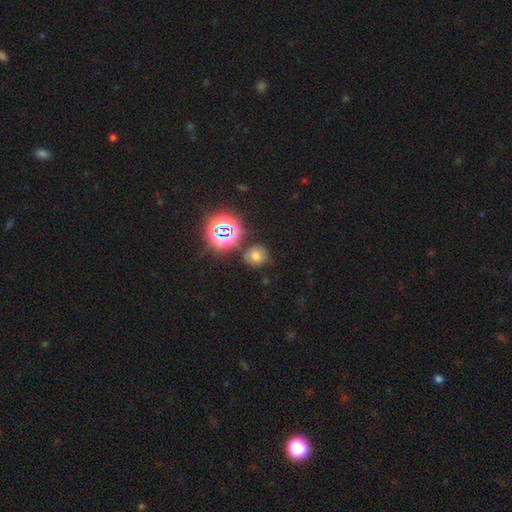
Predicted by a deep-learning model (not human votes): A smooth galaxy with no disk features (64%) that is round (83%). Merging: none (77%).